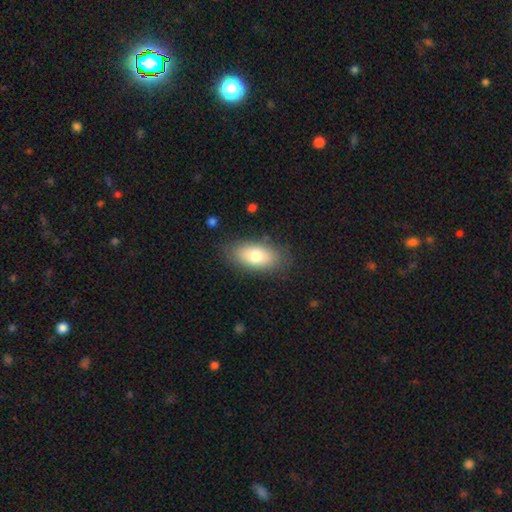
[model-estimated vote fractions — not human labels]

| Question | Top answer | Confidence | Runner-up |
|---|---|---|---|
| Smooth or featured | smooth | 74% | featured or disk (18%) |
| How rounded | in between | 90% | round (5%) |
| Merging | none | 82% | minor disturbance (13%) |